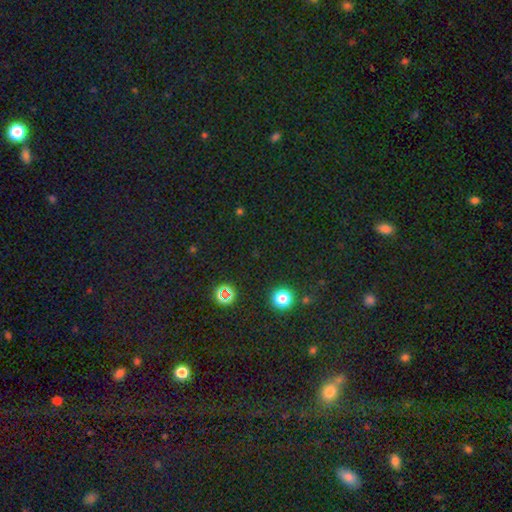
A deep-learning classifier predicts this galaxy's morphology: Q: Smooth or featured?
A: star or artifact (65%); runner-up: smooth (28%)